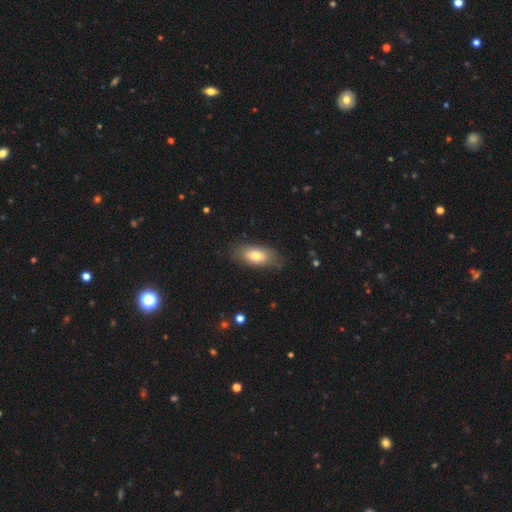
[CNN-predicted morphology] Smooth or featured: smooth — 74% (featured or disk — 19%)
How rounded: in between — 89% (cigar-shaped — 7%)
Merging: none — 76% (minor disturbance — 18%)